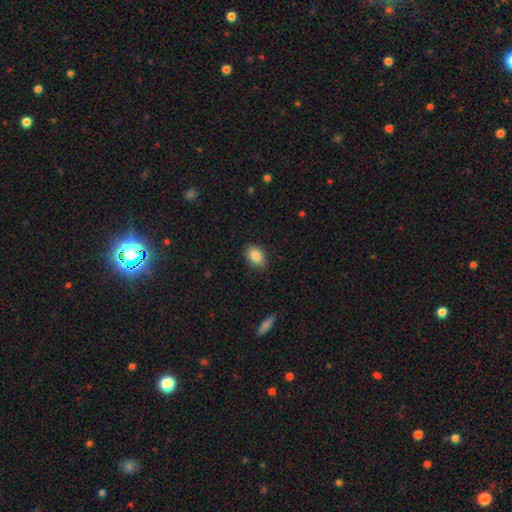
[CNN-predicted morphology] type=smooth (85%); roundness=in between (82%); merging=none (83%).